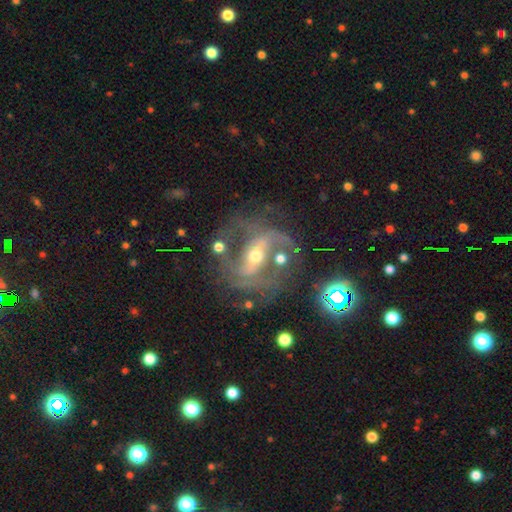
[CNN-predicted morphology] The model was most divided on "bulge size": moderate: 55%, small: 39%, large: 4%, none: 1%, dominant: 1%. Remaining: edge-on disk — no (95%); spiral arms — yes (87%); smooth or featured — featured or disk (85%); spiral arm count — 2 (76%); merging — none (56%); bar — strong (55%); spiral winding — medium (50%).